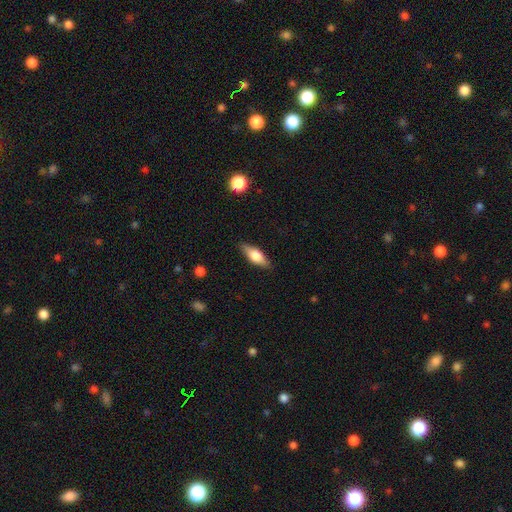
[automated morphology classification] smooth-or-featured: smooth: 62% | featured or disk: 31% | star or artifact: 6%
  how-rounded: in between: 68% | cigar-shaped: 29% | round: 3%
  merging: none: 86% | minor disturbance: 10% | major disturbance: 2% | merger: 1%